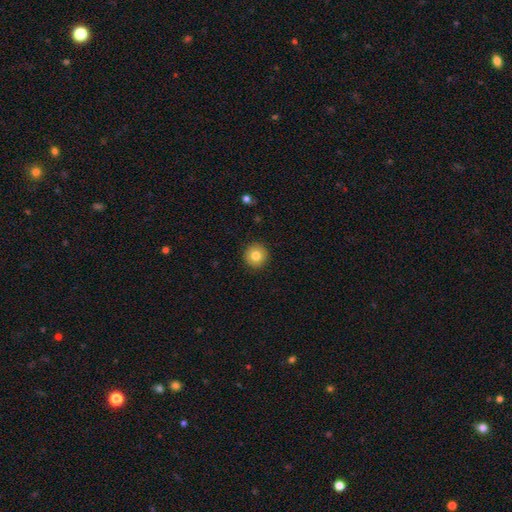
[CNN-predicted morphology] type=smooth (80%); roundness=round (94%); merging=none (92%).